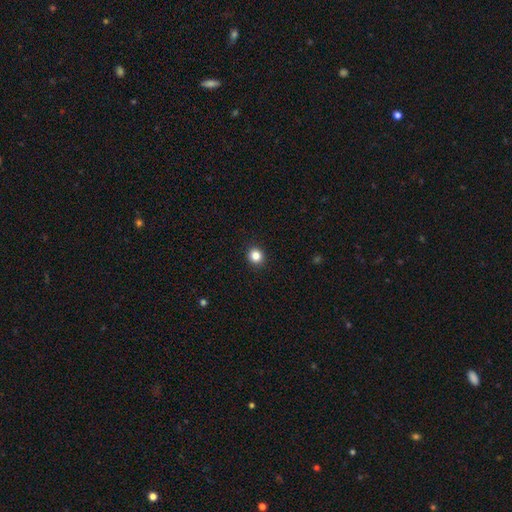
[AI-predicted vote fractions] This is clearly a smooth galaxy (84%). How rounded: clearly round (87%). Merging: clearly none (93%).